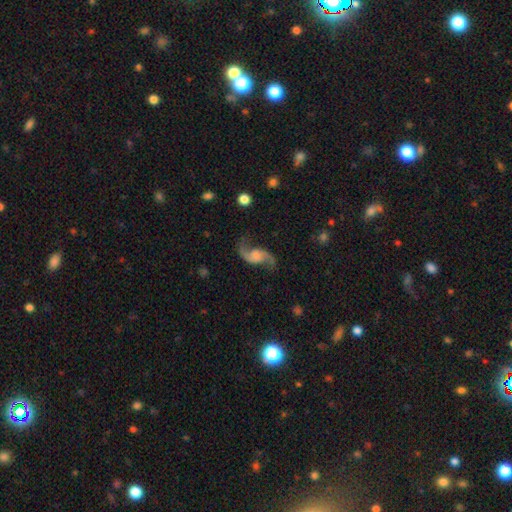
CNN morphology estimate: smooth_or_featured: featured or disk (p=0.89) [alt: smooth p=0.06]
disk_edge_on: no (p=0.97) [alt: yes p=0.03]
bar: no (p=0.57) [alt: weak p=0.34]
has_spiral_arms: yes (p=0.97) [alt: no p=0.03]
spiral_winding: loose (p=0.82) [alt: medium p=0.15]
spiral_arm_count: 2 (p=0.94) [alt: 1 p=0.02]
bulge_size: none (p=0.33) [alt: small p=0.28]
merging: none (p=0.75) [alt: minor disturbance p=0.14]